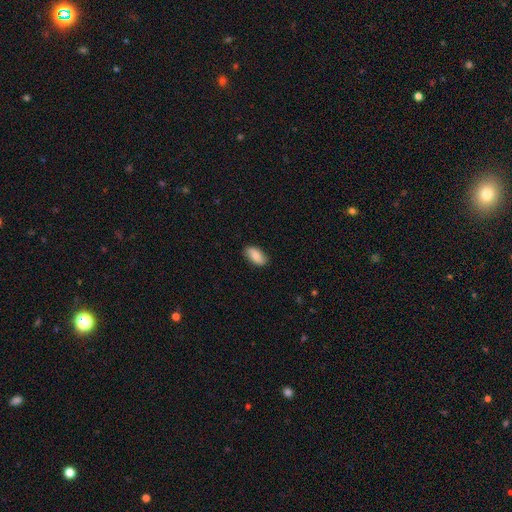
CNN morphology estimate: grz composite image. It shows a smooth galaxy with no disk features (77%) that is in between round and cigar-shaped (92%). Merging: none (84%).